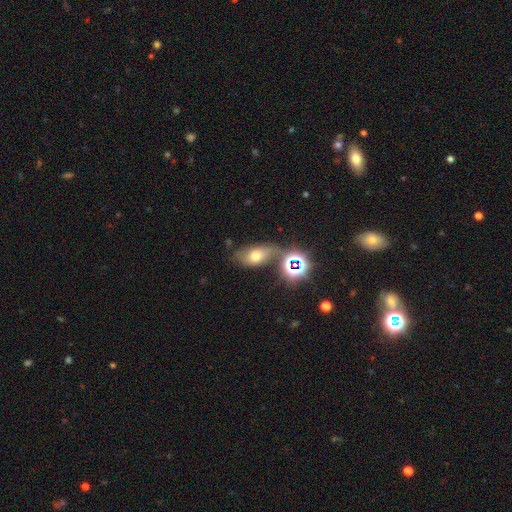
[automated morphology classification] Smooth or featured: smooth — 55% (featured or disk — 24%)
How rounded: in between — 83% (round — 13%)
Merging: none — 51% (minor disturbance — 20%)